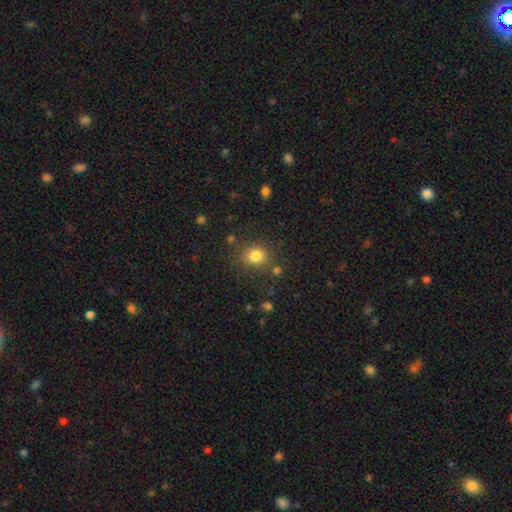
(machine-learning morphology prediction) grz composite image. It shows a smooth galaxy with no disk features (80%) that is round (76%). Merging: none (79%).